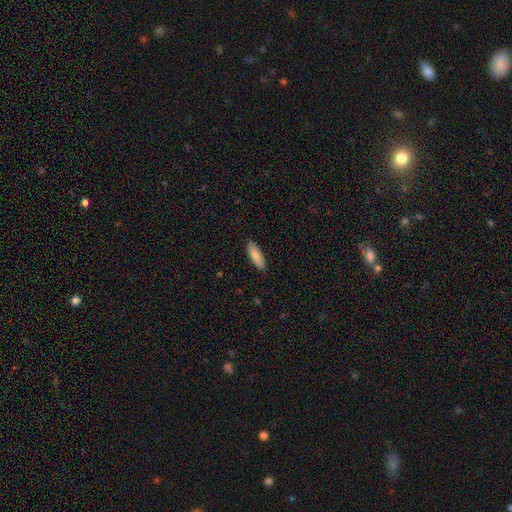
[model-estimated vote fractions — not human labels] smooth-or-featured: smooth: 86% | featured or disk: 9% | star or artifact: 6%
  how-rounded: cigar-shaped: 50% | in between: 49% | round: 1%
  merging: none: 87% | minor disturbance: 10% | major disturbance: 2% | merger: 1%